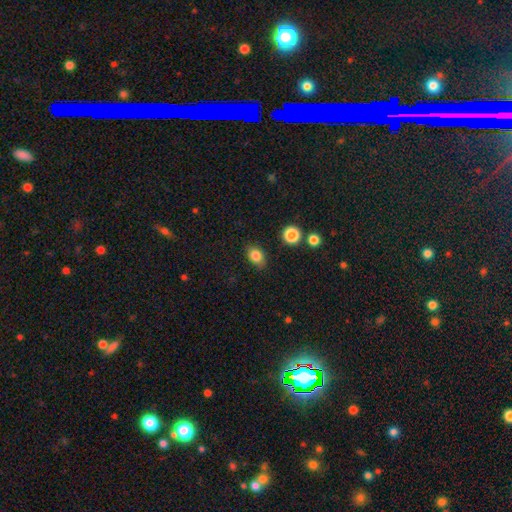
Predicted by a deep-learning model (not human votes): The model was most divided on "how rounded": in between: 72%, round: 26%, cigar-shaped: 2%. More confident: merging — none (84%); smooth or featured — smooth (82%).